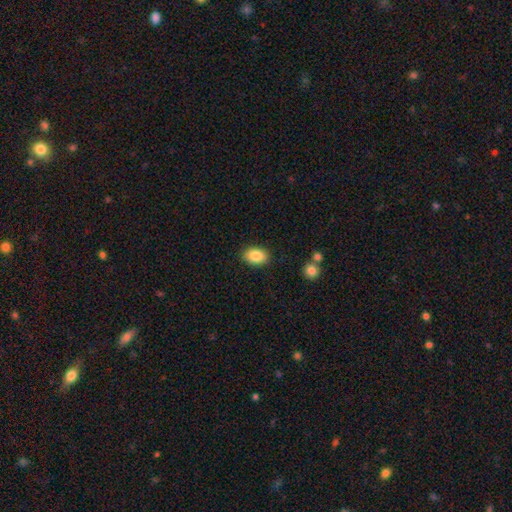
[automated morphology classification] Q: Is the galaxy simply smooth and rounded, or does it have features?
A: smooth — 87%.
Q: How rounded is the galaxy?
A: in between — 85%.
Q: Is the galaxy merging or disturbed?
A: none — 86%.